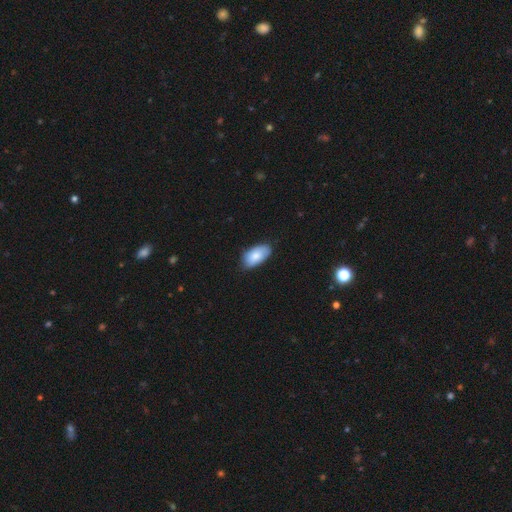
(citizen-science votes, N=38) smooth 95%, star or artifact 5%, featured or disk 0%. Down the decision tree: how rounded — in between (94%); merging — none (86%).